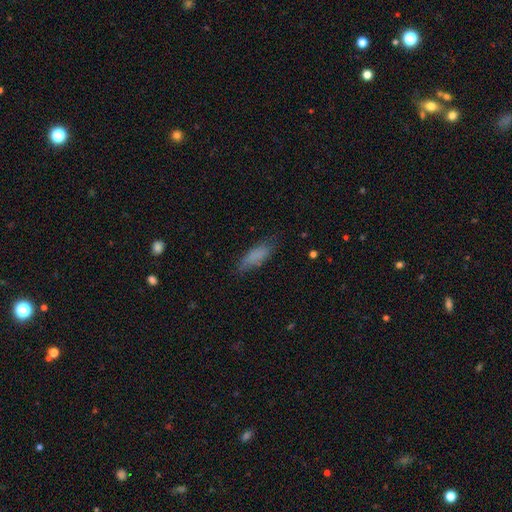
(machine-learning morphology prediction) smooth 79%, featured or disk 12%, star or artifact 9%. Down the decision tree: how rounded — in between (55%); merging — none (68%).